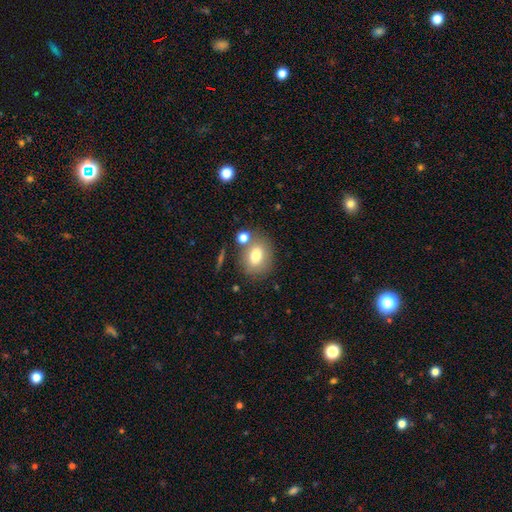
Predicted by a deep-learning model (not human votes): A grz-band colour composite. It shows a smooth galaxy with no disk features (75%) that is in between round and cigar-shaped (61%). Merging: none (66%).